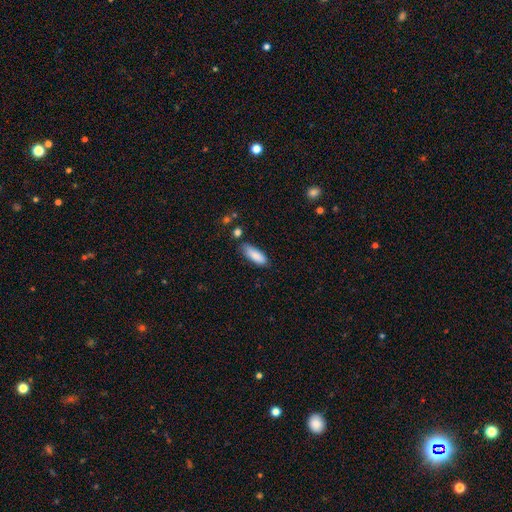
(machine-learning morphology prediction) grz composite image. It shows a smooth galaxy with no disk features (86%) that is in between round and cigar-shaped (69%). Merging: none (76%).